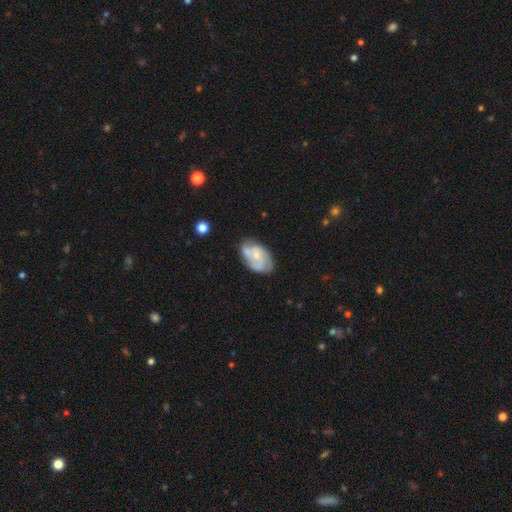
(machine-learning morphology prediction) Overall: featured or disk (64%; smooth 30%). Edge-on disk: no (97%). Bar: no (71%). Spiral arms: yes (79%). Bulge size: small (59%; moderate 30%). Merging: none (54%; minor disturbance 27%).